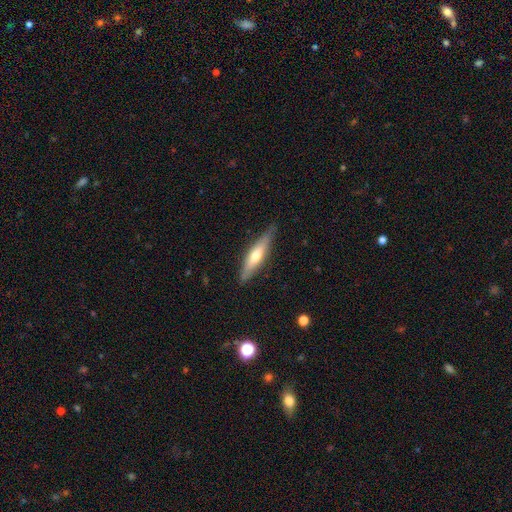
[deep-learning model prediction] Overall: featured or disk (47%, tied with smooth). Merging: none (82%).